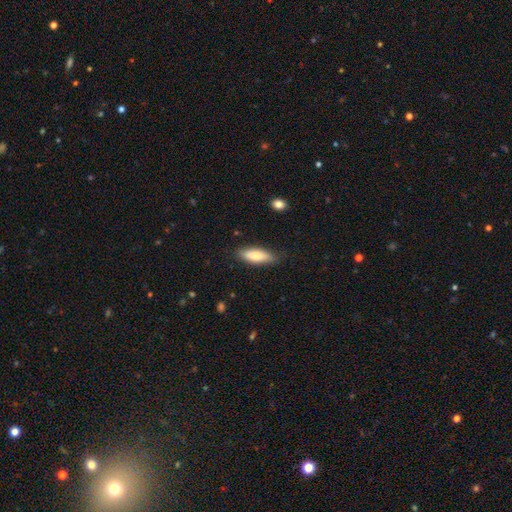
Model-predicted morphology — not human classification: This appears to be a smooth galaxy with no disk features (81%) that is in between round and cigar-shaped (57%). Merging: none (81%).